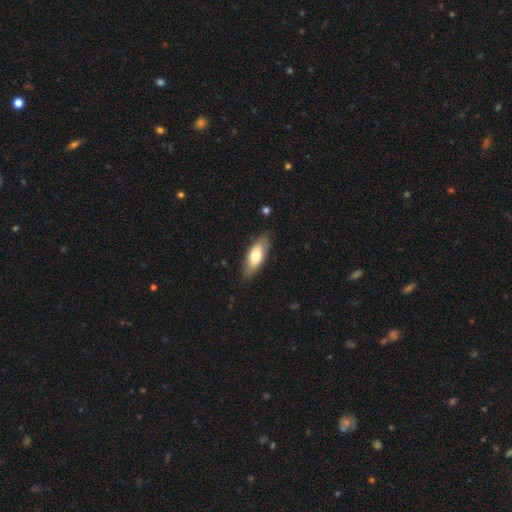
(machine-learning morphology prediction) smooth-or-featured: smooth: 68% | featured or disk: 27% | star or artifact: 6%
  how-rounded: in between: 72% | cigar-shaped: 26% | round: 2%
  merging: none: 82% | minor disturbance: 14% | major disturbance: 3% | merger: 1%